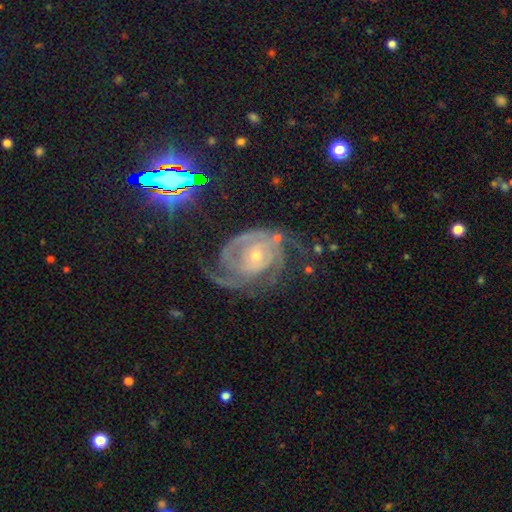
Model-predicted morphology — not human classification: A featured or disk galaxy (88%) with no bar (68%), 2 (38%) tight (60%) spiral arms (96%) and a small central bulge (61%). Merging: none (56%).